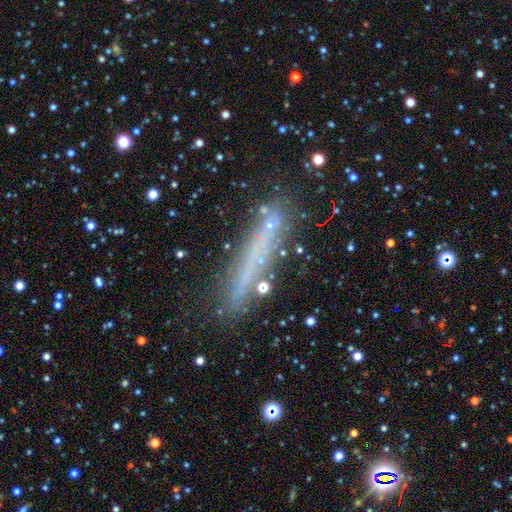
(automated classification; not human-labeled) Smooth or featured? Predicted: smooth (p=0.43). Merging? Predicted: none (p=0.77).